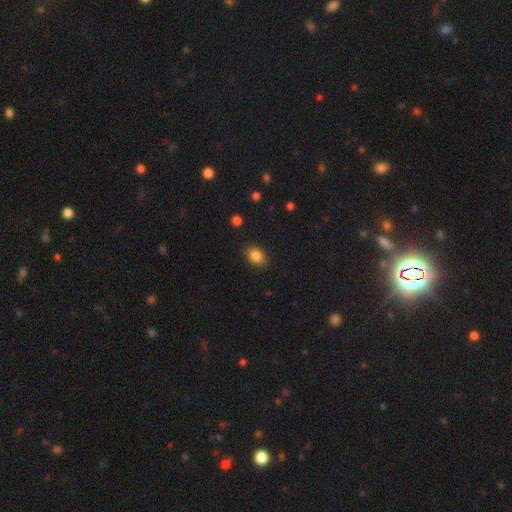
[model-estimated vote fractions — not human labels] A smooth galaxy with no disk features (85%) that is in between round and cigar-shaped (71%). Merging: none (86%).